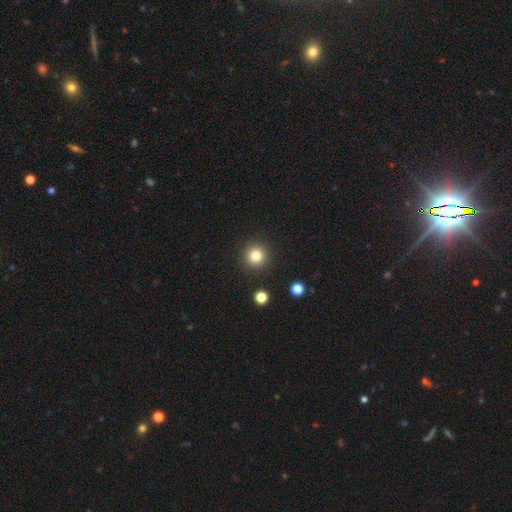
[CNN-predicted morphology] Smooth or featured? smooth (82%)
How rounded? round (95%)
Merging? none (91%)